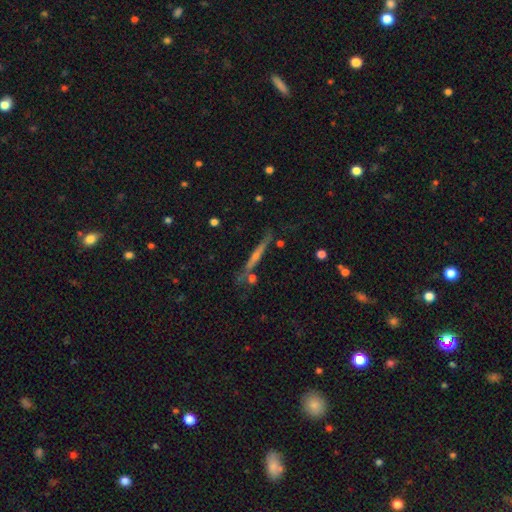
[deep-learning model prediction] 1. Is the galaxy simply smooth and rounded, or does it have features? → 67% featured or disk, 24% smooth, 9% star or artifact.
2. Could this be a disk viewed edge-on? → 96% yes, 4% no.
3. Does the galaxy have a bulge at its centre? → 61% rounded, 32% none, 8% boxy.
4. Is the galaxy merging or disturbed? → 77% none, 13% minor disturbance, 7% merger, 4% major disturbance.